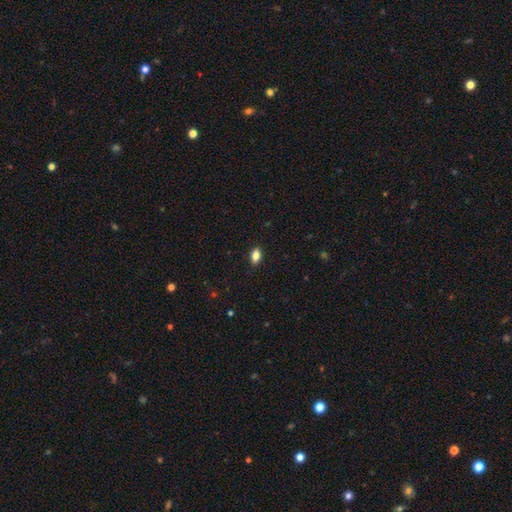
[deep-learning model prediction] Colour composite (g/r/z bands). It shows a smooth galaxy with no disk features (82%) that is in between round and cigar-shaped (87%). Merging: none (88%).